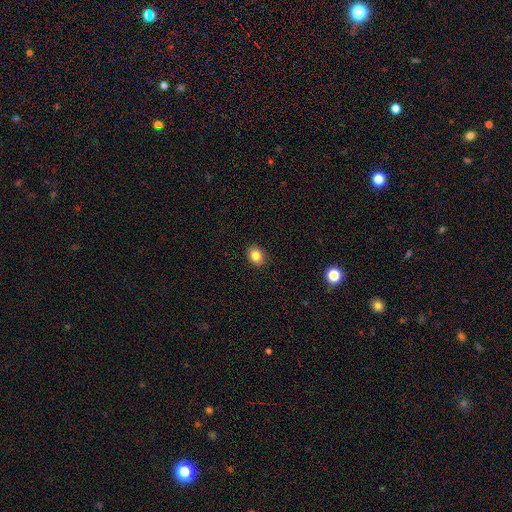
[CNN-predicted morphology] Overall: smooth (85%). How rounded: round (54%; in between 46%). Merging: none (91%).